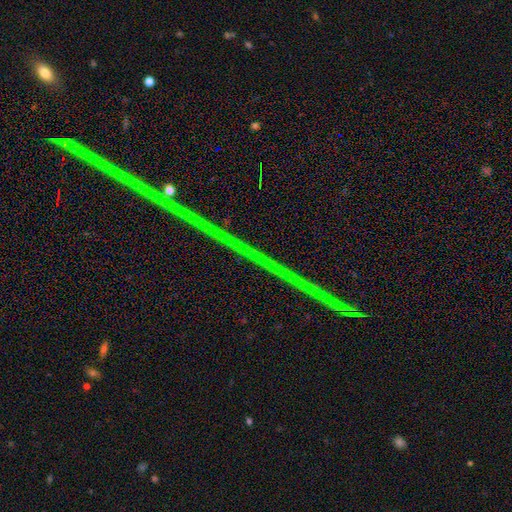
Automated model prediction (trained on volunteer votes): star or artifact 85%, featured or disk 9%, smooth 5%.